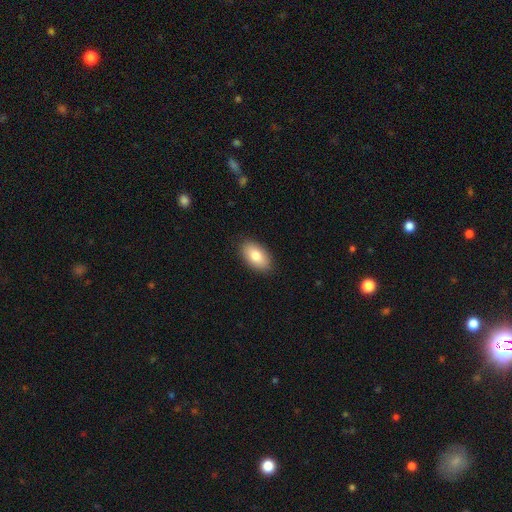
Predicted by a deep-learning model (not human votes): Morphology: type=smooth (81%); roundness=in between (94%); merging=none (89%).